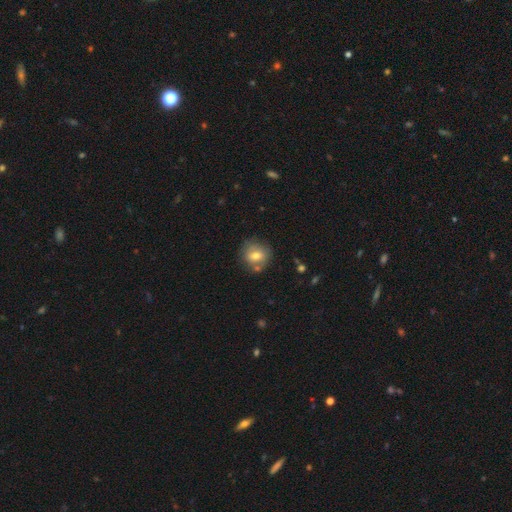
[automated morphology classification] Q: Smooth or featured?
A: smooth (70%); runner-up: featured or disk (22%)
Q: How rounded?
A: round (77%); runner-up: in between (22%)
Q: Merging?
A: none (68%); runner-up: minor disturbance (16%)